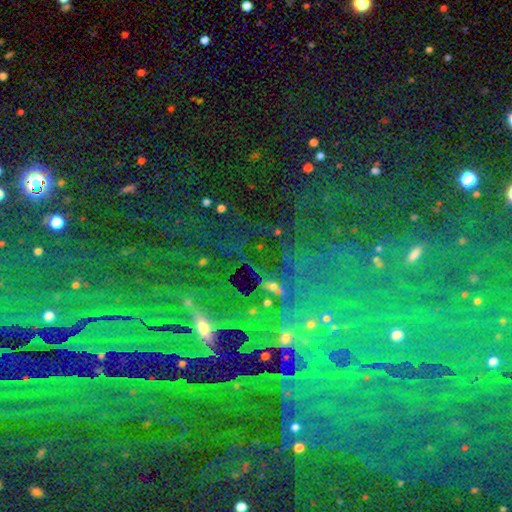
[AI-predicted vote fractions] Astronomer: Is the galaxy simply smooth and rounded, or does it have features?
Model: star or artifact — 80%.